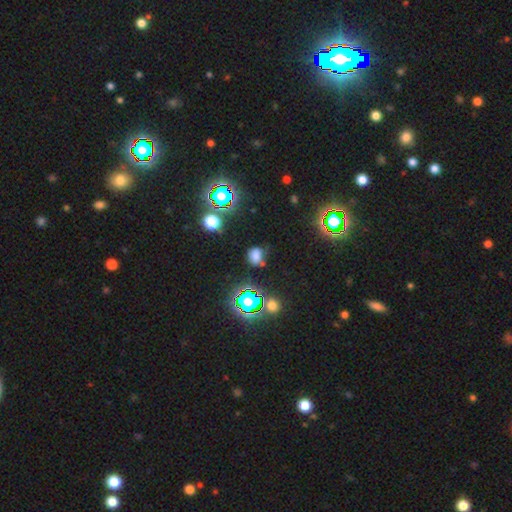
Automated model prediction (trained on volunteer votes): This appears to be a smooth galaxy with no disk features (60%) that is round (62%). Merging: none (63%).